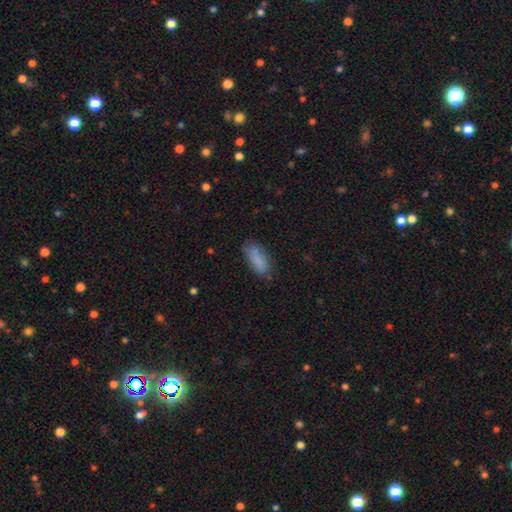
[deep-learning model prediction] Smooth or featured? Predicted: smooth (p=0.84). How rounded? Predicted: in between (p=0.78). Merging? Predicted: none (p=0.71).